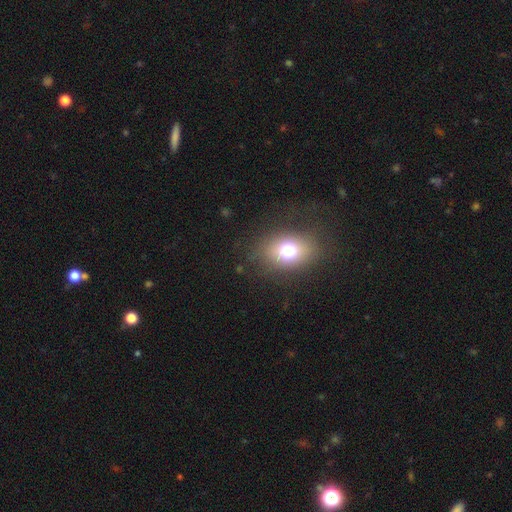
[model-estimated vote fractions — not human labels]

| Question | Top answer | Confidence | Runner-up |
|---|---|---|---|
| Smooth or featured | smooth | 69% | star or artifact (16%) |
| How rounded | in between | 59% | round (40%) |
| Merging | none | 81% | minor disturbance (12%) |